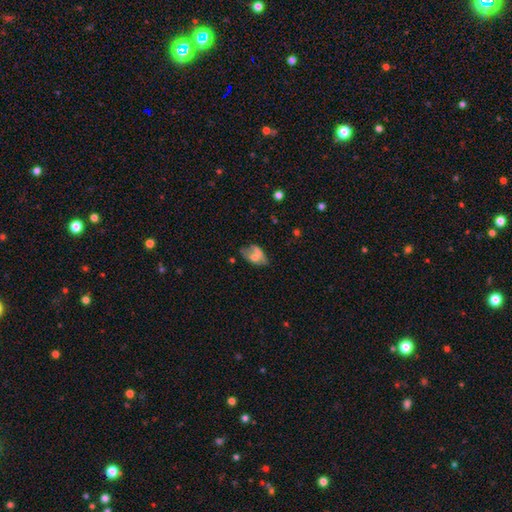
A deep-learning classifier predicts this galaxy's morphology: Overall: smooth (53%; featured or disk 35%). How rounded: in between (84%). Merging: none (32%; merger 28%).